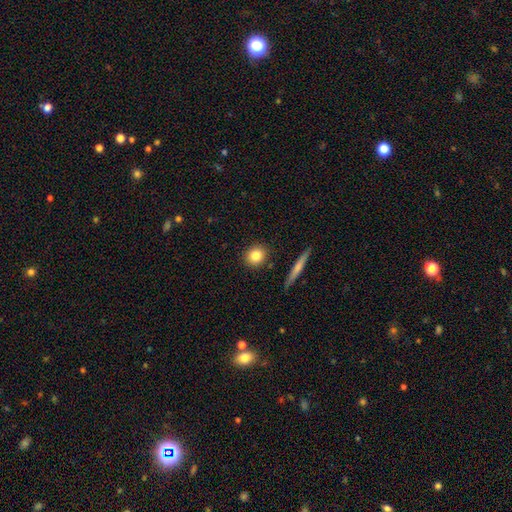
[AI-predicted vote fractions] This appears to be a smooth galaxy with no disk features (81%) that is round (80%). Merging: none (88%).